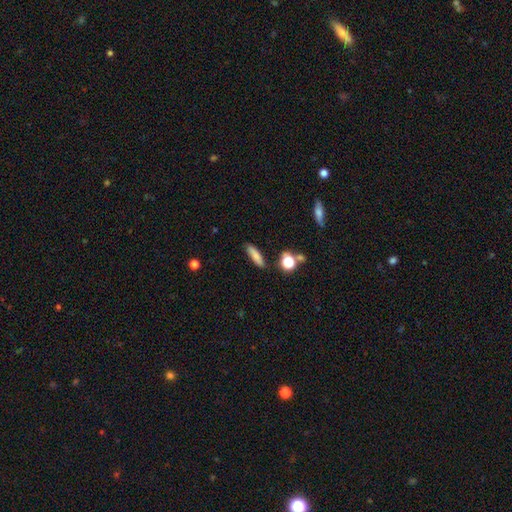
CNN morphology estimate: Q: Smooth or featured?
A: smooth (76%); runner-up: featured or disk (14%)
Q: How rounded?
A: cigar-shaped (65%); runner-up: in between (30%)
Q: Merging?
A: none (83%); runner-up: minor disturbance (11%)